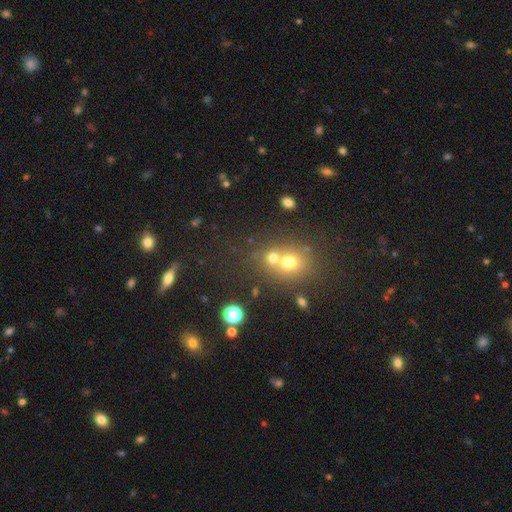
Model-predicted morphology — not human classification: Q: Smooth or featured?
A: smooth (51%); runner-up: star or artifact (33%)
Q: How rounded?
A: round (75%); runner-up: in between (23%)
Q: Merging?
A: none (48%); runner-up: merger (39%)